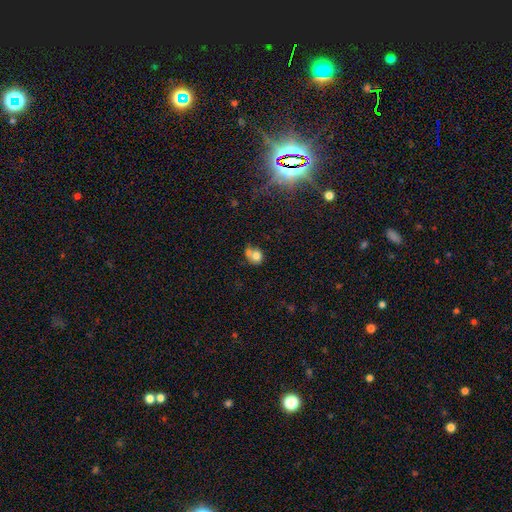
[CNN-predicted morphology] smooth-or-featured: smooth: 74% | featured or disk: 15% | star or artifact: 11%
  how-rounded: round: 62% | in between: 37% | cigar-shaped: 1%
  merging: merger: 47% | none: 31% | minor disturbance: 14% | major disturbance: 8%